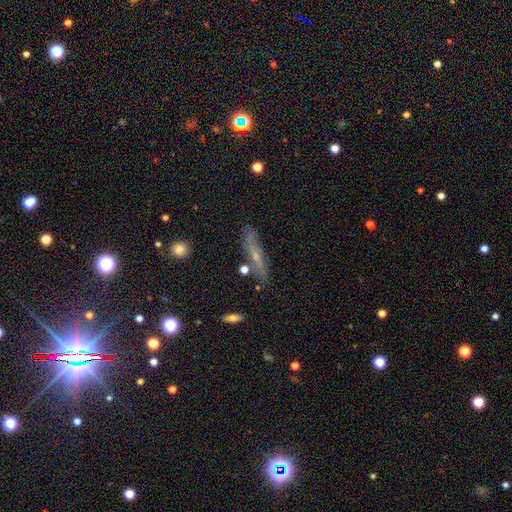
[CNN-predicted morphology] Overall: featured or disk (49%; smooth 42%). Merging: none (74%).